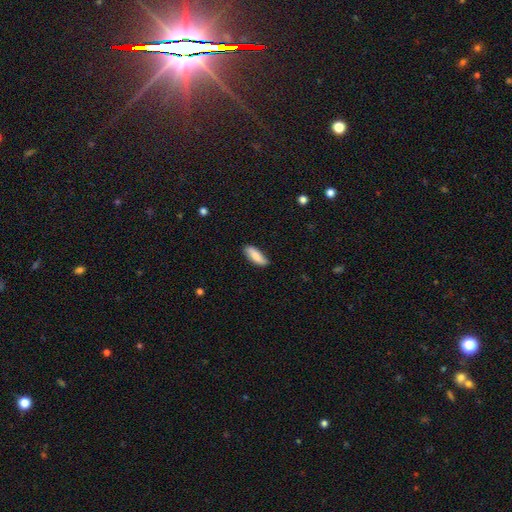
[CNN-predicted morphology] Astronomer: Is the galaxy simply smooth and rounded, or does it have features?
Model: smooth — 79%.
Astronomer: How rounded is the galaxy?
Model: in between — 65%.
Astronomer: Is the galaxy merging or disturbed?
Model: none — 81%.